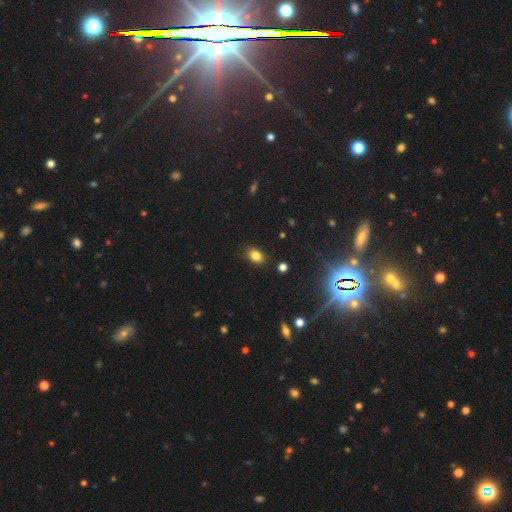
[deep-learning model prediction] Smooth or featured?
  - smooth: 82% *
  - star or artifact: 12%
  - featured or disk: 6%
How rounded?
  - in between: 71% *
  - round: 27%
  - cigar-shaped: 1%
Merging?
  - none: 86% *
  - minor disturbance: 10%
  - major disturbance: 2%
  - merger: 2%